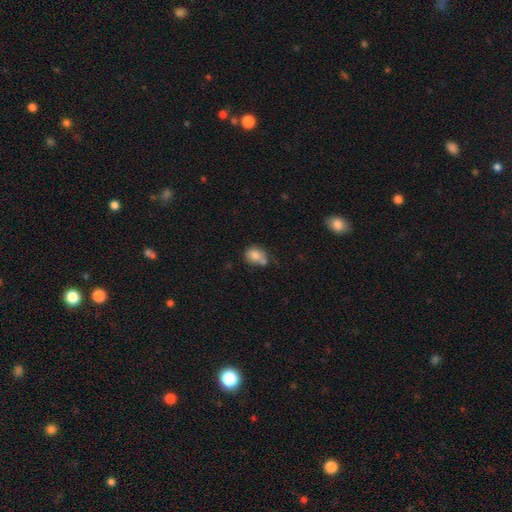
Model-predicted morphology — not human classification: Smooth or featured?
  - smooth: 81% *
  - star or artifact: 10%
  - featured or disk: 9%
How rounded?
  - round: 53% *
  - in between: 46%
  - cigar-shaped: 1%
Merging?
  - none: 42% *
  - merger: 29%
  - minor disturbance: 22%
  - major disturbance: 8%